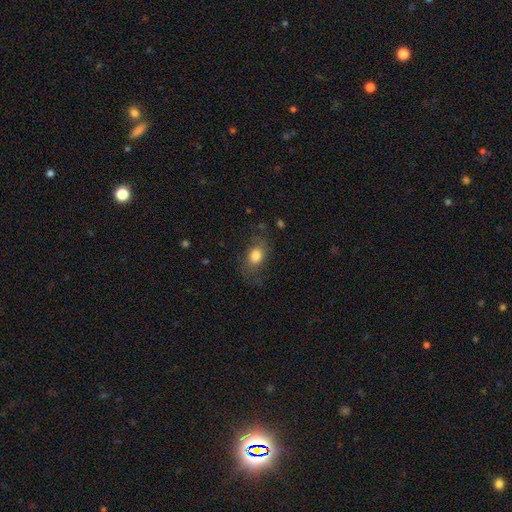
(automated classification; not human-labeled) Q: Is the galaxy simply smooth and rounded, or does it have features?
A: smooth — 67%.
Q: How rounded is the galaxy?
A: in between — 69%.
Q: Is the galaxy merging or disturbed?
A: none — 61%.